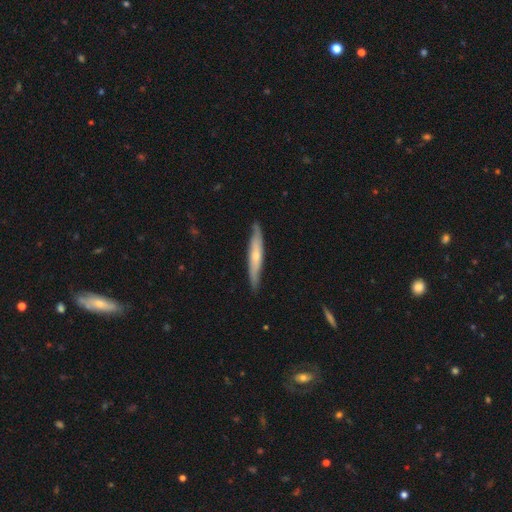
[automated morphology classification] This appears to be a featured or disk galaxy (54%) viewed edge-on (84%). Merging: none (85%).